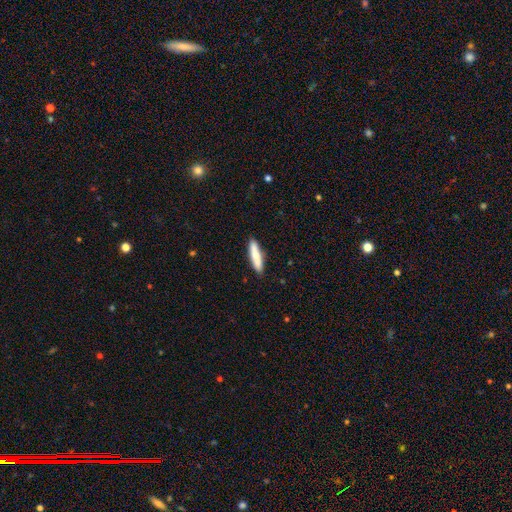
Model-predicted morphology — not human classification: Smooth or featured?
  - smooth: 75% *
  - featured or disk: 19%
  - star or artifact: 6%
How rounded?
  - cigar-shaped: 82% *
  - in between: 16%
  - round: 1%
Merging?
  - none: 88% *
  - minor disturbance: 9%
  - major disturbance: 2%
  - merger: 1%